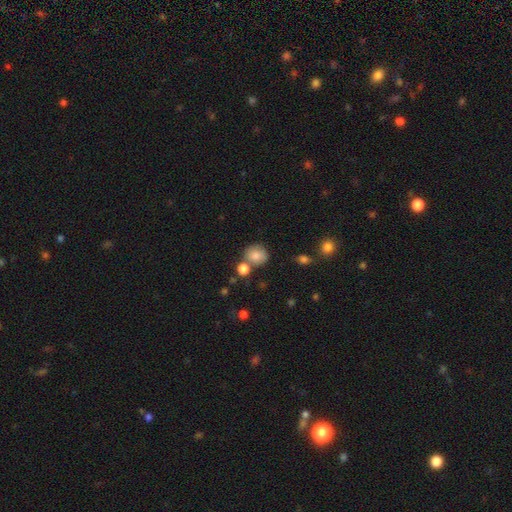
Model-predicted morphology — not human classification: smooth 82%, star or artifact 10%, featured or disk 8%. Down the decision tree: how rounded — round (79%); merging — none (63%).